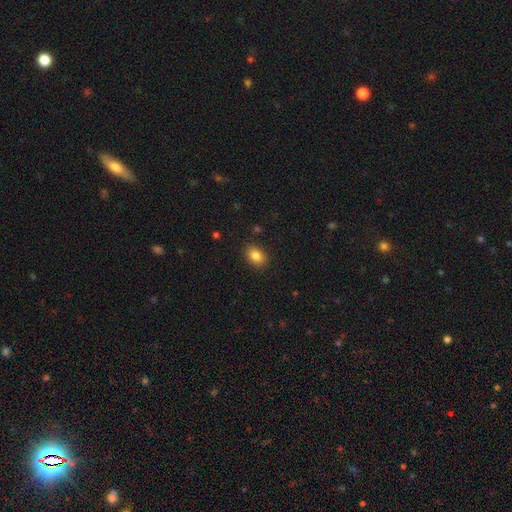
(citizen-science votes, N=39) Morphology: type=smooth (79%); roundness=in between (90%); merging=none (80%).